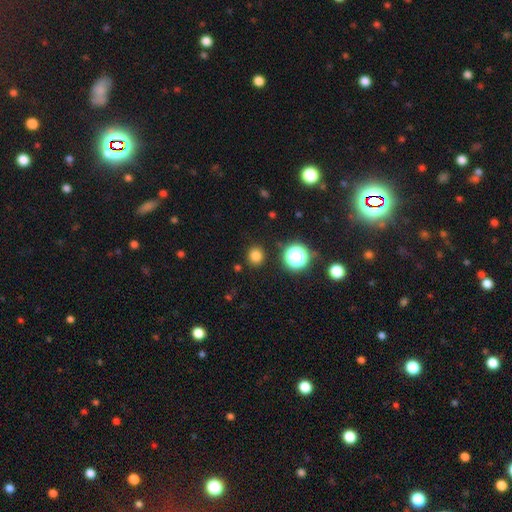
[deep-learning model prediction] Smooth or featured?
  - smooth: 79% *
  - star or artifact: 17%
  - featured or disk: 5%
How rounded?
  - round: 87% *
  - in between: 12%
  - cigar-shaped: 1%
Merging?
  - none: 89% *
  - minor disturbance: 6%
  - major disturbance: 2%
  - merger: 2%